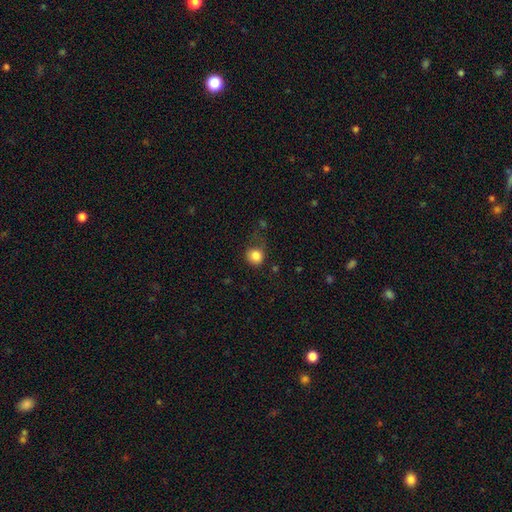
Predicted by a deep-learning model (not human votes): Overall: smooth (83%). How rounded: round (85%). Merging: none (64%).